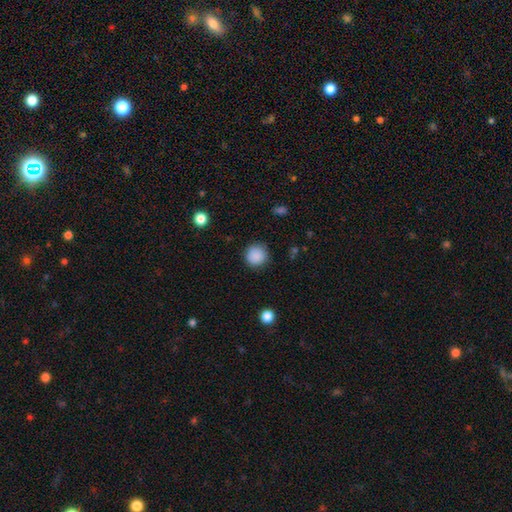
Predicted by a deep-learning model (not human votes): This appears to be a smooth galaxy with no disk features (88%) that is round (94%). Merging: none (87%).